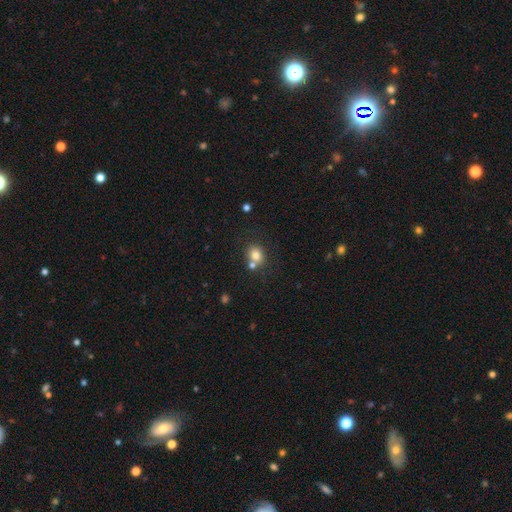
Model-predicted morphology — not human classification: Q: Smooth or featured?
A: smooth (78%); runner-up: star or artifact (12%)
Q: How rounded?
A: round (68%); runner-up: in between (31%)
Q: Merging?
A: none (56%); runner-up: merger (30%)